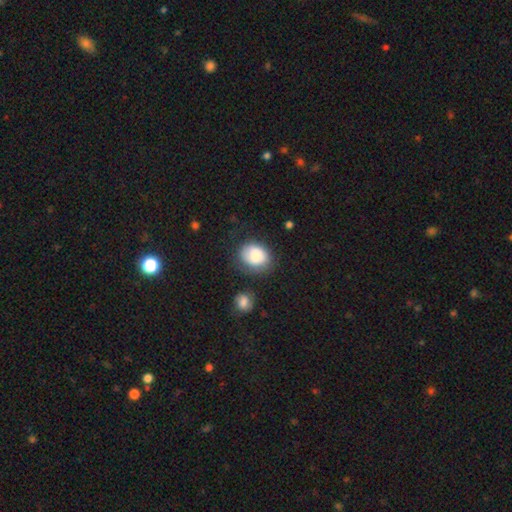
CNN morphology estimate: Smooth or featured? Predicted: smooth (p=0.84). How rounded? Predicted: in between (p=0.51). Merging? Predicted: none (p=0.61).